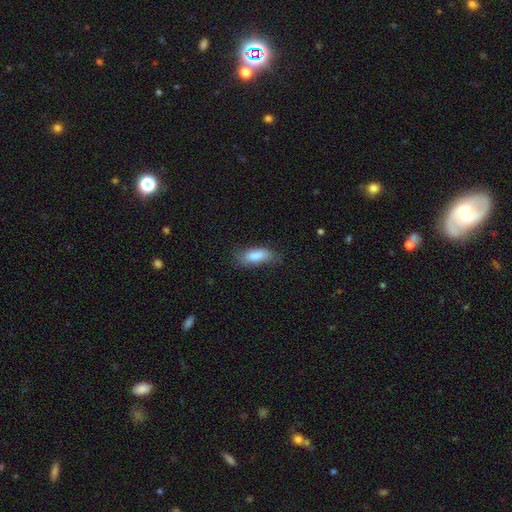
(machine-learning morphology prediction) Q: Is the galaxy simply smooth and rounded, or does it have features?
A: smooth — 81%.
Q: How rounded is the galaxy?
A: in between — 76%.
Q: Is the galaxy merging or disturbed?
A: none — 55%.